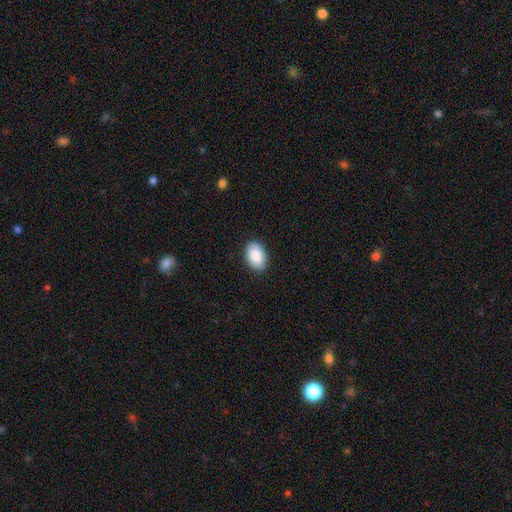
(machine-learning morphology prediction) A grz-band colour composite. It shows a smooth galaxy with no disk features (90%) that is in between round and cigar-shaped (90%). Merging: none (89%).